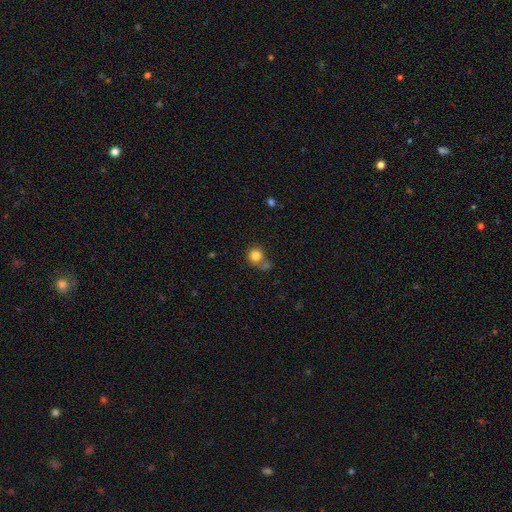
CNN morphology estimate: A smooth galaxy with no disk features (82%) that is round (86%). Merging: none (55%).